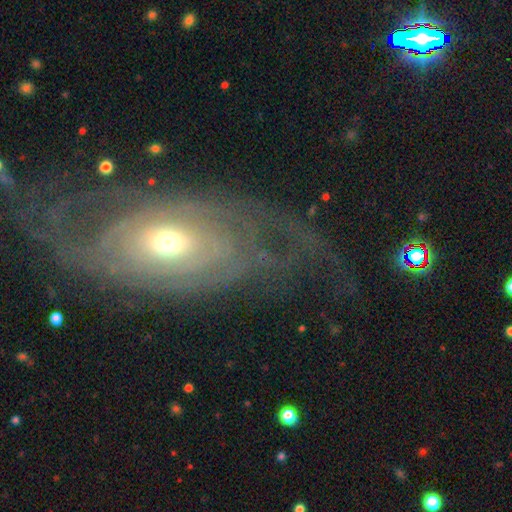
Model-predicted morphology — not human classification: Smooth or featured? Predicted: featured or disk (p=0.78). Edge-on disk? Predicted: no (p=0.91). Bar? Predicted: no (p=0.76). Spiral arms? Predicted: yes (p=0.79). Spiral winding? Predicted: tight (p=0.61). Spiral arm count? Predicted: can't tell (p=0.51). Bulge size? Predicted: moderate (p=0.57). Merging? Predicted: none (p=0.64).